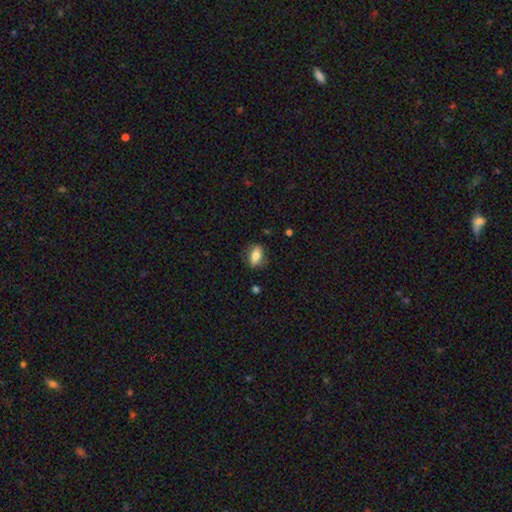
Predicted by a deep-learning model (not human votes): smooth 71%, featured or disk 22%, star or artifact 8%. Down the decision tree: how rounded — in between (79%); merging — none (80%).